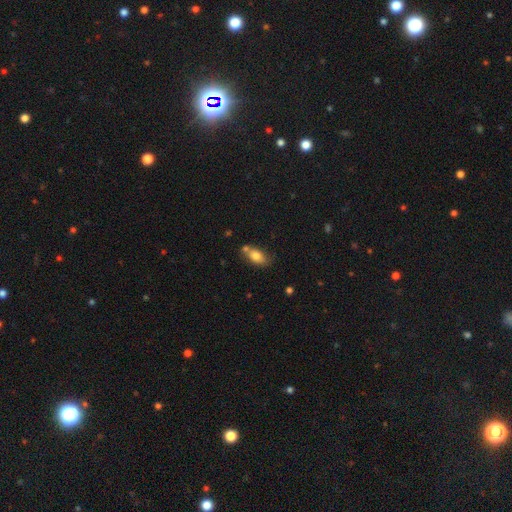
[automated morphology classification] Smooth or featured? Predicted: smooth (p=0.78). How rounded? Predicted: in between (p=0.86). Merging? Predicted: none (p=0.57).